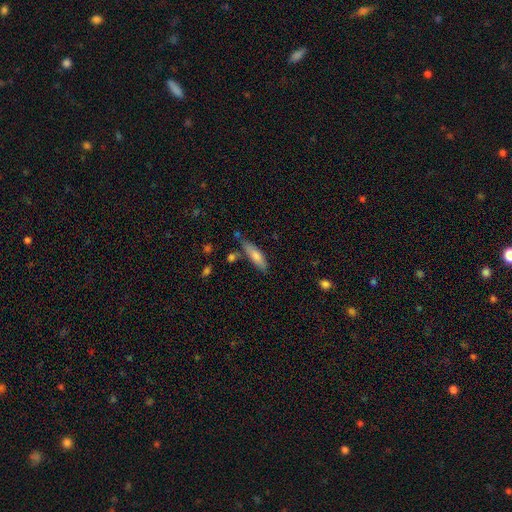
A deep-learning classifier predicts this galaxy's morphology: smooth-or-featured: smooth: 74% | featured or disk: 20% | star or artifact: 6%
  how-rounded: cigar-shaped: 57% | in between: 41% | round: 2%
  merging: none: 67% | minor disturbance: 21% | merger: 8% | major disturbance: 5%